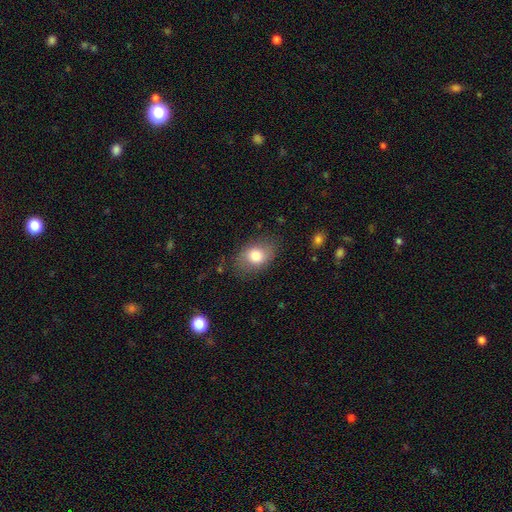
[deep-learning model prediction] A smooth galaxy with no disk features (78%) that is in between round and cigar-shaped (76%). Merging: none (75%).